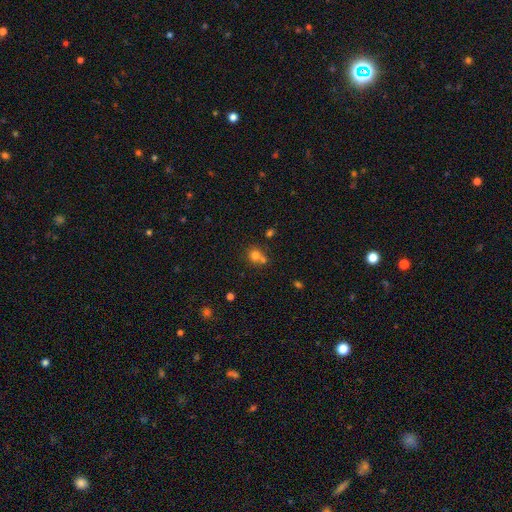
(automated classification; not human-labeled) A smooth galaxy with no disk features (75%) that is round (79%).

Vote fractions:
- Smooth or featured? smooth: 75% / star or artifact: 15% / featured or disk: 10%
- How rounded? round: 79% / in between: 20% / cigar-shaped: 1%
- Merging? none: 48% / merger: 38% / minor disturbance: 10% / major disturbance: 4%